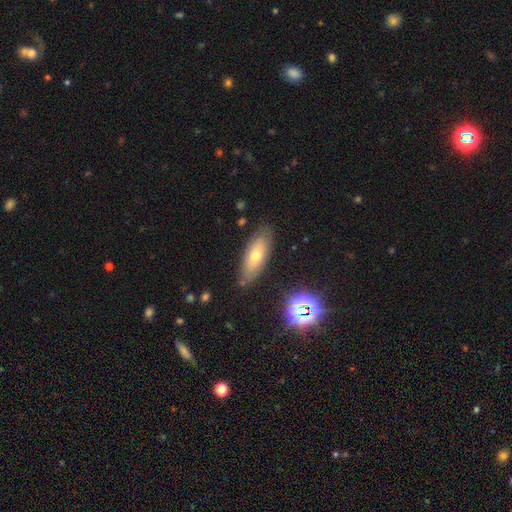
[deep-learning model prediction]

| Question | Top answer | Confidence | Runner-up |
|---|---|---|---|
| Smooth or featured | smooth | 62% | featured or disk (28%) |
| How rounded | in between | 72% | cigar-shaped (25%) |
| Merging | none | 81% | minor disturbance (13%) |